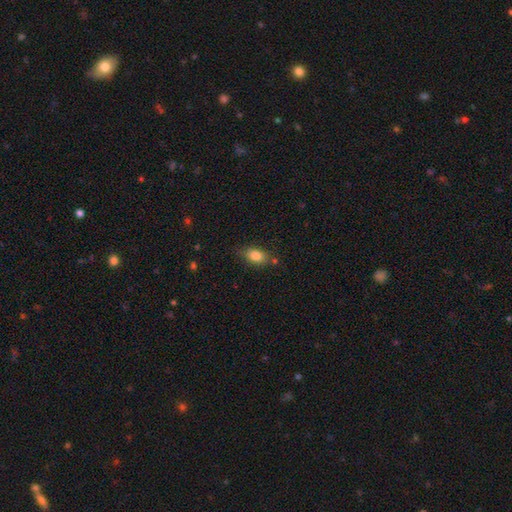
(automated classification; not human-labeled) Smooth or featured? Predicted: smooth (p=0.83). How rounded? Predicted: in between (p=0.83). Merging? Predicted: none (p=0.75).